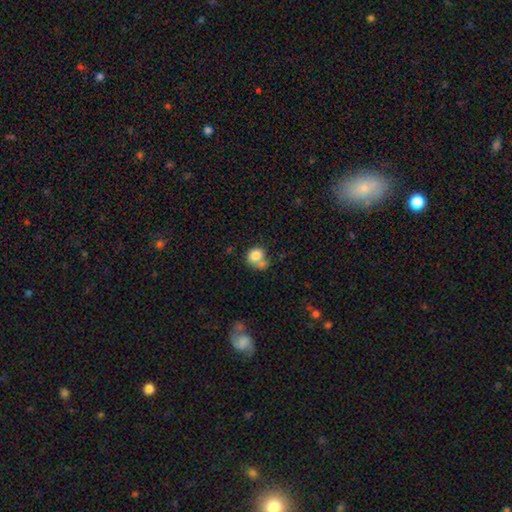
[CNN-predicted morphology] This appears to be a smooth galaxy with no disk features (79%) that is round (66%). Merging: merger (38%).